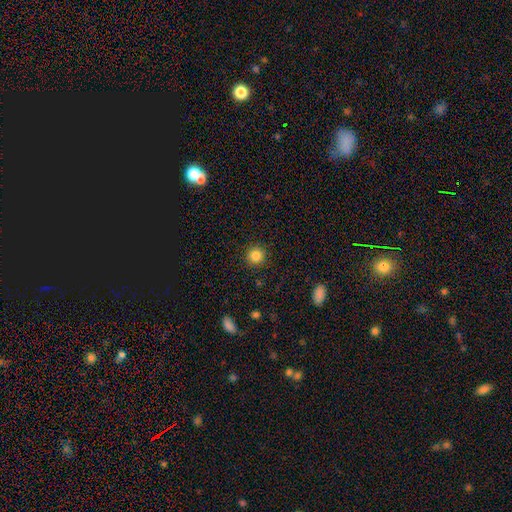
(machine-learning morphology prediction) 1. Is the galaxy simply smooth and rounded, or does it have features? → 85% smooth, 11% star or artifact, 4% featured or disk.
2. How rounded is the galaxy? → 94% round, 5% in between, 1% cigar-shaped.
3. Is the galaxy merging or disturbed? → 91% none, 6% minor disturbance, 2% major disturbance, 1% merger.